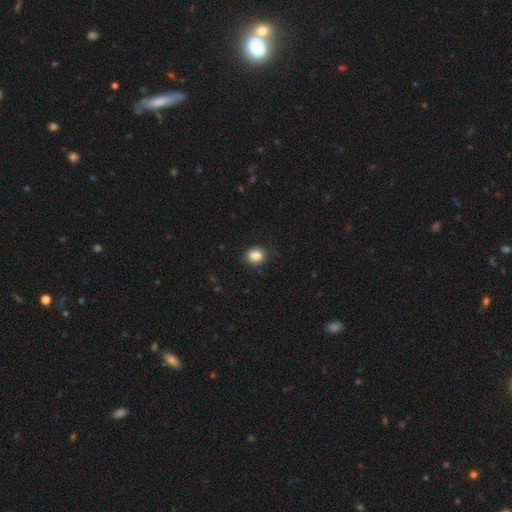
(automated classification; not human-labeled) A smooth galaxy with no disk features (84%) that is round (62%).

Vote fractions:
- Smooth or featured? smooth: 84% / star or artifact: 10% / featured or disk: 7%
- How rounded? round: 62% / in between: 37% / cigar-shaped: 1%
- Merging? none: 84% / minor disturbance: 12% / major disturbance: 3% / merger: 1%